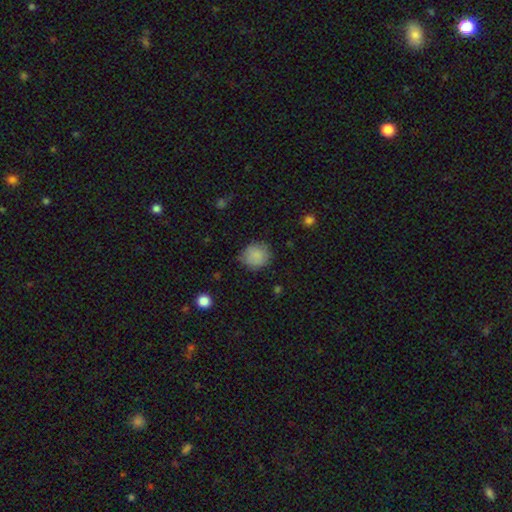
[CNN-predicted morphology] Q: Smooth or featured?
A: smooth (85%); runner-up: star or artifact (9%)
Q: How rounded?
A: round (84%); runner-up: in between (15%)
Q: Merging?
A: none (73%); runner-up: minor disturbance (21%)